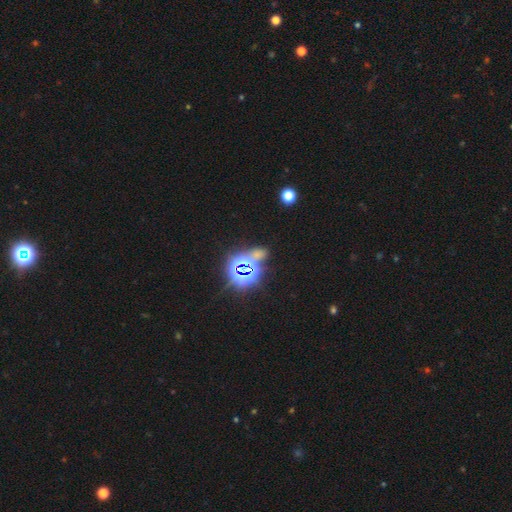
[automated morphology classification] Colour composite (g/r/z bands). It shows a star or artifact, not a galaxy (68%).